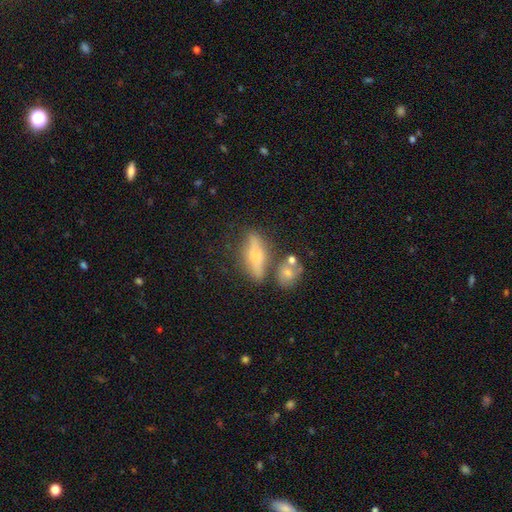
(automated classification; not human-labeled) This appears to be a featured or disk galaxy (55%) viewed edge-on (83%). Merging: none (68%).